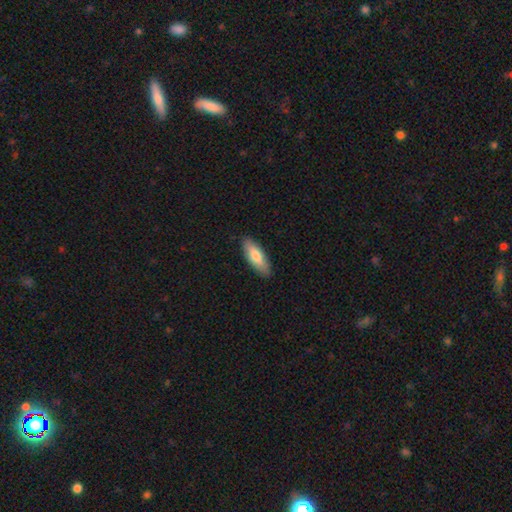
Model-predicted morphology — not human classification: Q: Smooth or featured?
A: smooth (75%); runner-up: featured or disk (20%)
Q: How rounded?
A: in between (65%); runner-up: cigar-shaped (33%)
Q: Merging?
A: none (87%); runner-up: minor disturbance (10%)